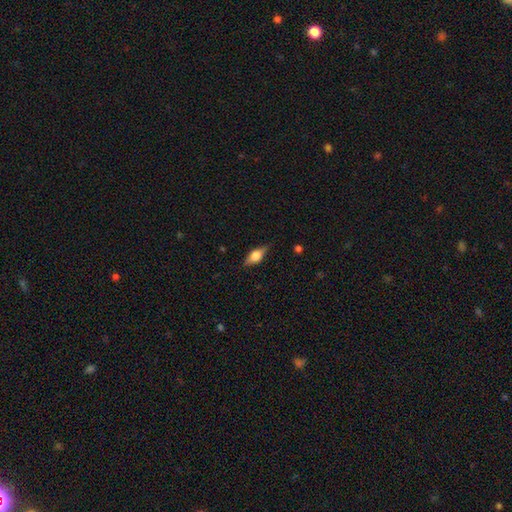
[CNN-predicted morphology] Smooth or featured: featured or disk — 57% (smooth — 36%)
Edge-on disk: yes — 94% (no — 6%)
Edge-on bulge: rounded — 89% (boxy — 10%)
Merging: none — 83% (minor disturbance — 13%)